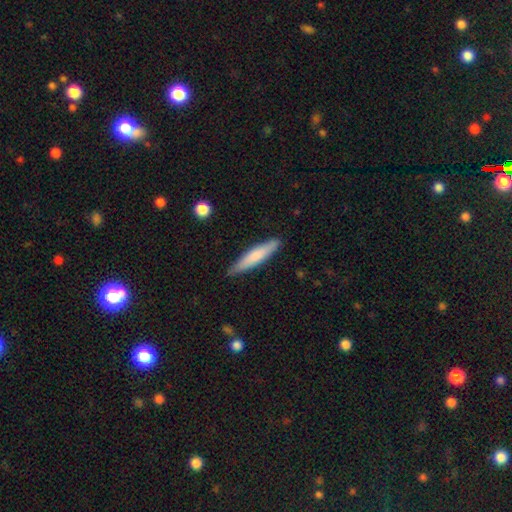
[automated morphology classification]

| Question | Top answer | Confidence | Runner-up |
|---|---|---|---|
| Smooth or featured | smooth | 71% | featured or disk (24%) |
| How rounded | cigar-shaped | 87% | in between (12%) |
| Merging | none | 86% | minor disturbance (11%) |